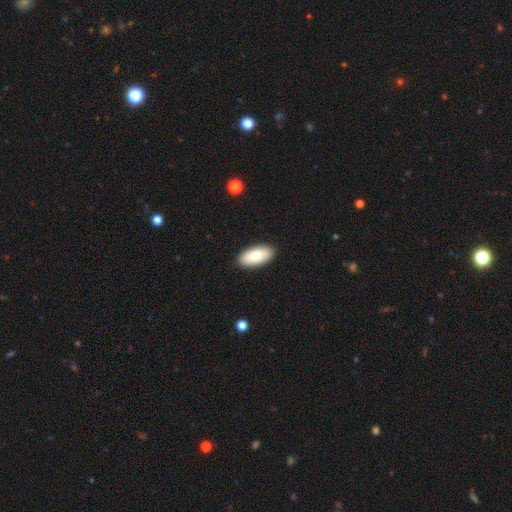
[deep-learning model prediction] smooth 81%, featured or disk 13%, star or artifact 6%. Down the decision tree: how rounded — in between (93%); merging — none (90%).